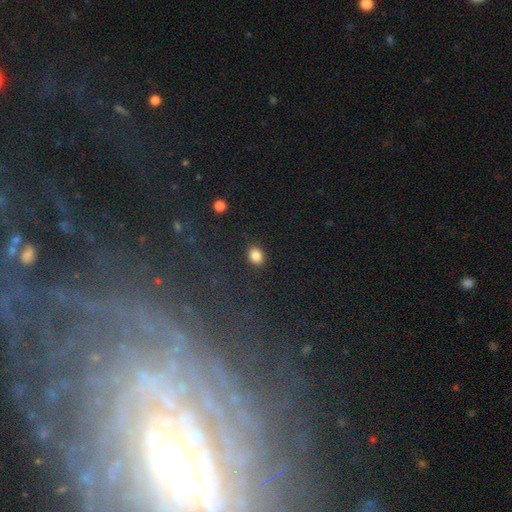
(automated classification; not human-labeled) Smooth or featured: smooth — 85% (star or artifact — 10%)
How rounded: in between — 64% (round — 35%)
Merging: none — 87% (minor disturbance — 9%)